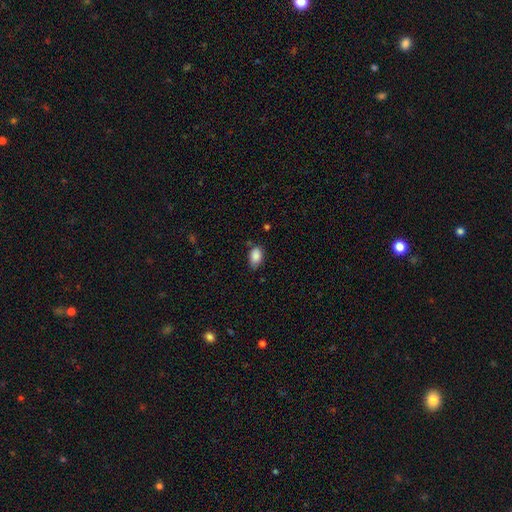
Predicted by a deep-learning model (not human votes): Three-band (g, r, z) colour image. It shows a smooth galaxy with no disk features (88%) that is in between round and cigar-shaped (89%). Merging: none (70%).